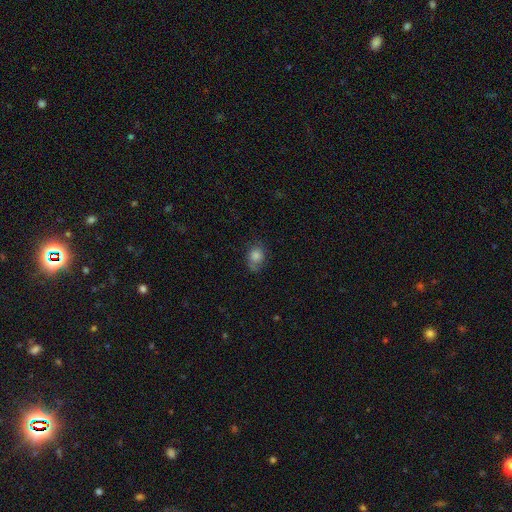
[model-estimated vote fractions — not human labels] Smooth or featured? Predicted: smooth (p=0.73). How rounded? Predicted: round (p=0.49, tied with in between). Merging? Predicted: none (p=0.63).